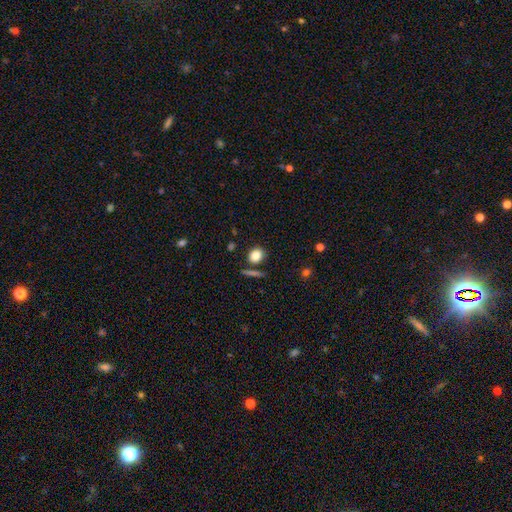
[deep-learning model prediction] A smooth galaxy with no disk features (84%) that is round (69%).

Vote fractions:
- Smooth or featured? smooth: 84% / star or artifact: 10% / featured or disk: 7%
- How rounded? round: 69% / in between: 28% / cigar-shaped: 3%
- Merging? none: 79% / minor disturbance: 10% / merger: 8% / major disturbance: 3%